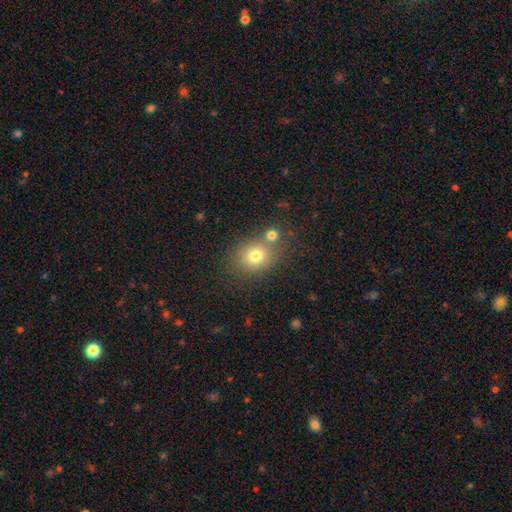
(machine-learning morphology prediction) smooth 76%, star or artifact 13%, featured or disk 11%. Down the decision tree: how rounded — round (65%); merging — none (62%).